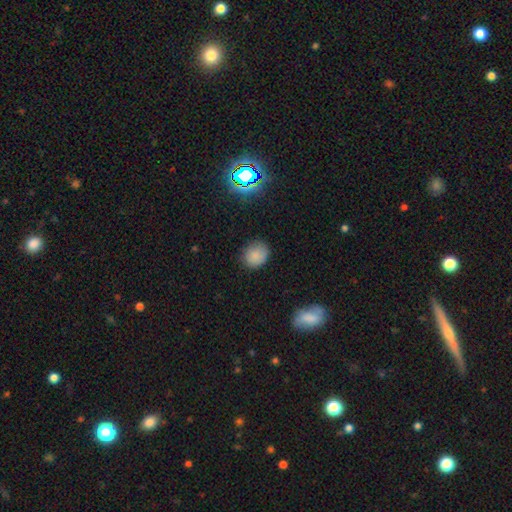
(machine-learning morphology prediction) Smooth or featured? Predicted: smooth (p=0.81). How rounded? Predicted: round (p=0.65). Merging? Predicted: none (p=0.80).